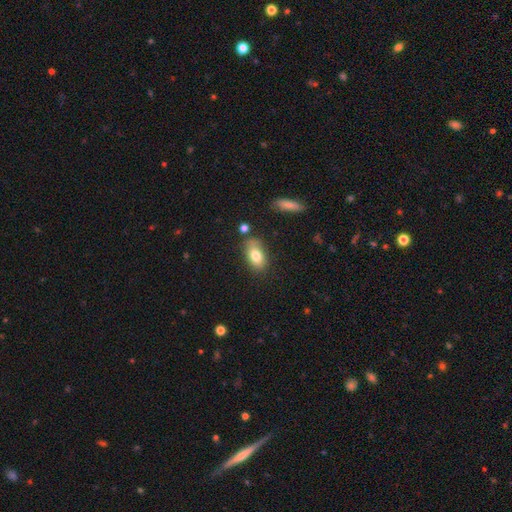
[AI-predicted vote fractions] smooth_or_featured: smooth (p=0.80) [alt: featured or disk p=0.13]
how_rounded: in between (p=0.89) [alt: round p=0.06]
merging: none (p=0.71) [alt: minor disturbance p=0.19]